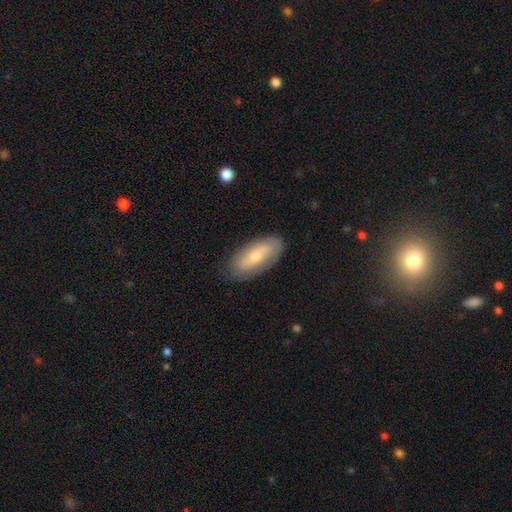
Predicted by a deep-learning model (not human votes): smooth_or_featured: smooth (p=0.55) [alt: featured or disk p=0.38]
how_rounded: in between (p=0.85) [alt: cigar-shaped p=0.12]
merging: none (p=0.81) [alt: minor disturbance p=0.14]